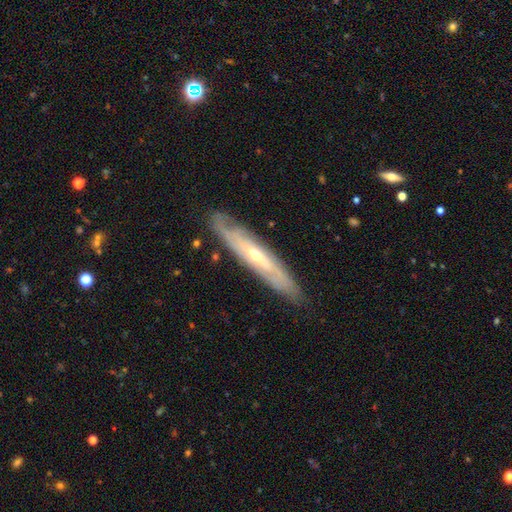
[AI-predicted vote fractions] Morphology: type=featured or disk (74%); edge-on=yes (59%); merging=none (85%).